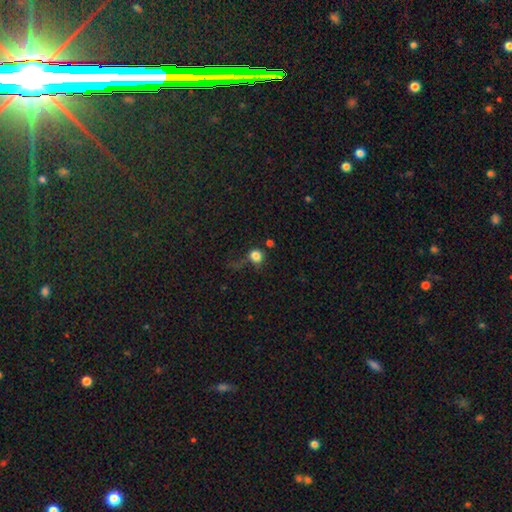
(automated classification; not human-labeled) Morphology: type=smooth (81%); roundness=round (82%); merging=none (53%).